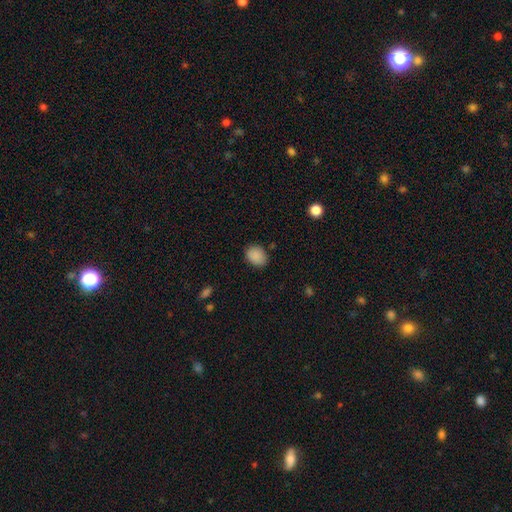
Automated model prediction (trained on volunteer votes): smooth_or_featured: smooth (p=0.89) [alt: star or artifact p=0.08]
how_rounded: in between (p=0.62) [alt: round p=0.37]
merging: none (p=0.83) [alt: minor disturbance p=0.13]